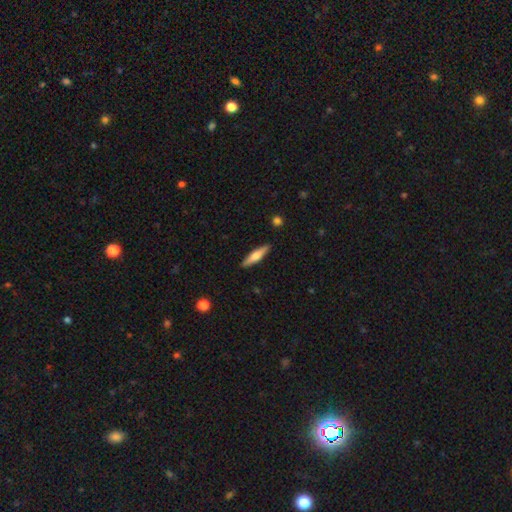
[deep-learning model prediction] The model was most divided on "smooth or featured": smooth: 56%, featured or disk: 39%, star or artifact: 5%. More confident: merging — none (90%); how rounded — cigar-shaped (80%).